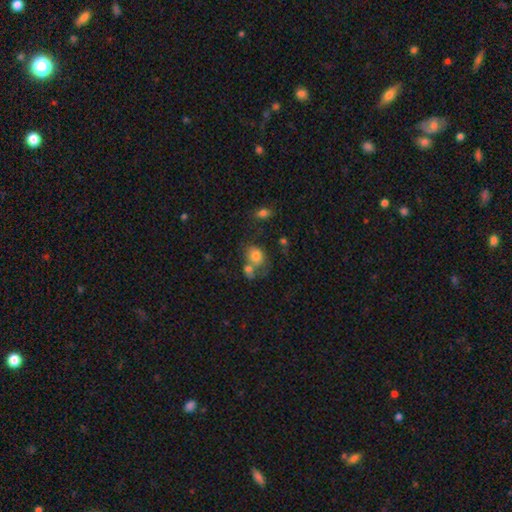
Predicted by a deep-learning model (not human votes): smooth-or-featured: smooth: 75% | featured or disk: 14% | star or artifact: 10%
  how-rounded: round: 50% | in between: 49% | cigar-shaped: 1%
  merging: merger: 40% | none: 37% | minor disturbance: 15% | major disturbance: 8%